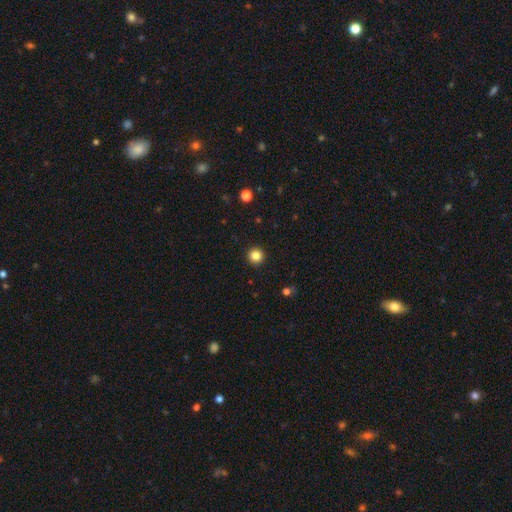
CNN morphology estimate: Smooth or featured: smooth — 85% (star or artifact — 11%)
How rounded: round — 96% (in between — 3%)
Merging: none — 93% (minor disturbance — 4%)